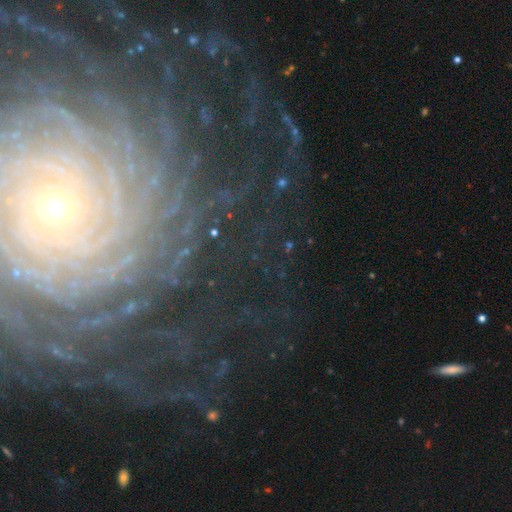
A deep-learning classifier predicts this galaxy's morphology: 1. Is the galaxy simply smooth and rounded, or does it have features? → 82% featured or disk, 11% star or artifact, 6% smooth.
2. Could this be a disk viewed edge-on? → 96% no, 4% yes.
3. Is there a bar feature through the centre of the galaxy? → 67% no, 19% weak, 15% strong.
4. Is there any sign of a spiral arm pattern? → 97% yes, 3% no.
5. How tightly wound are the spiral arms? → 84% tight, 12% medium, 4% loose.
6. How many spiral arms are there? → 43% more than 4, 16% can't tell, 12% 4, 10% 3, 9% 2, 9% 1.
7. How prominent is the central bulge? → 82% small, 13% moderate, 2% large, 1% none, 1% dominant.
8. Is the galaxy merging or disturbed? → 79% none, 11% minor disturbance, 8% major disturbance, 2% merger.